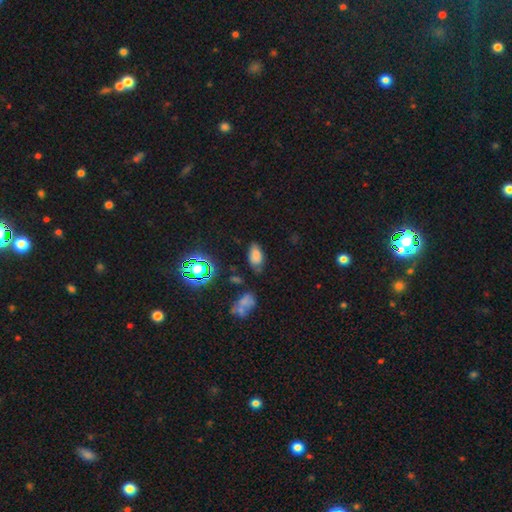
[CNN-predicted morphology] Smooth or featured? smooth (73%)
How rounded? in between (92%)
Merging? none (68%)